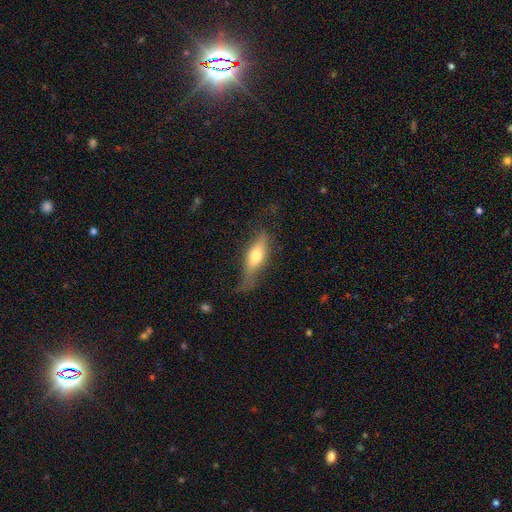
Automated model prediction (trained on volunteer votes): Smooth or featured? smooth (53%)
How rounded? in between (48%, tied with cigar-shaped)
Merging? none (53%)